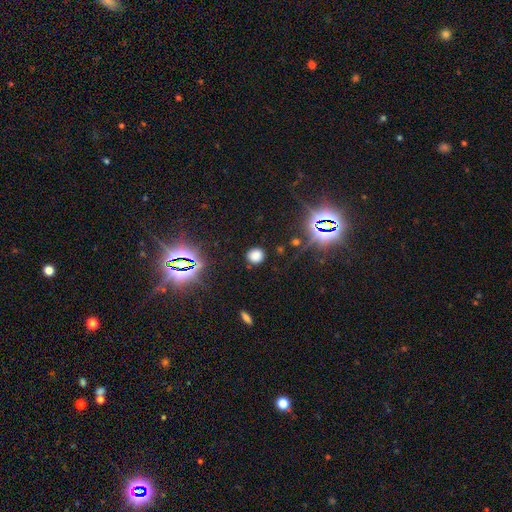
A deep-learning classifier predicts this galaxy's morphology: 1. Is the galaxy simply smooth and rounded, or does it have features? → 71% smooth, 23% star or artifact, 6% featured or disk.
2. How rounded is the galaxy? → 85% round, 14% in between, 1% cigar-shaped.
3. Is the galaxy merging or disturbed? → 86% none, 9% minor disturbance, 3% major disturbance, 2% merger.